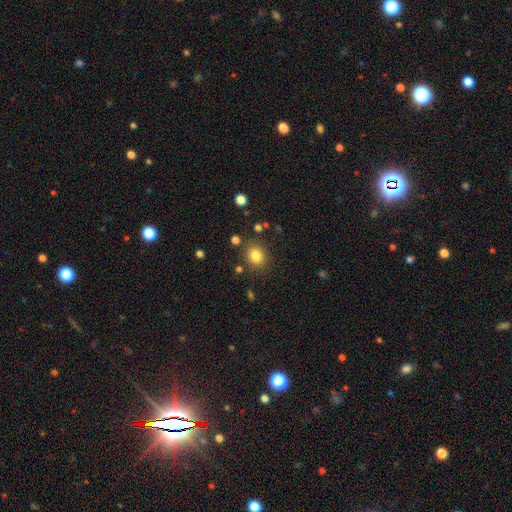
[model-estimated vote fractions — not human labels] The model was most divided on "how rounded": round: 70%, in between: 29%, cigar-shaped: 1%. More confident: merging — none (85%); smooth or featured — smooth (81%).